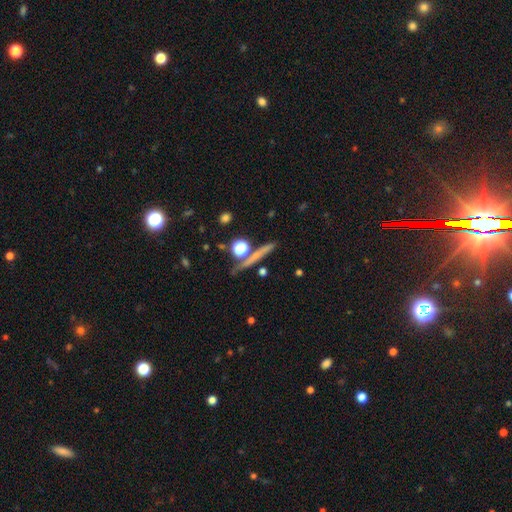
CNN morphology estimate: Smooth or featured?
  - smooth: 48% *
  - featured or disk: 35%
  - star or artifact: 18%
Merging?
  - none: 78% *
  - merger: 9%
  - minor disturbance: 9%
  - major disturbance: 4%